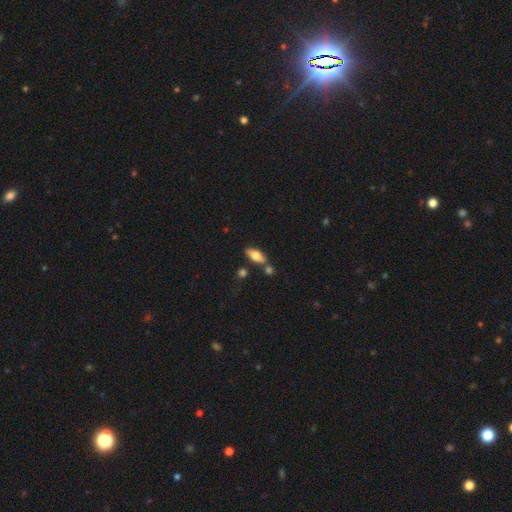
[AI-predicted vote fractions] Smooth or featured?
  - smooth: 66% *
  - featured or disk: 27%
  - star or artifact: 7%
How rounded?
  - in between: 77% *
  - cigar-shaped: 20%
  - round: 3%
Merging?
  - none: 71% *
  - merger: 14%
  - minor disturbance: 13%
  - major disturbance: 3%